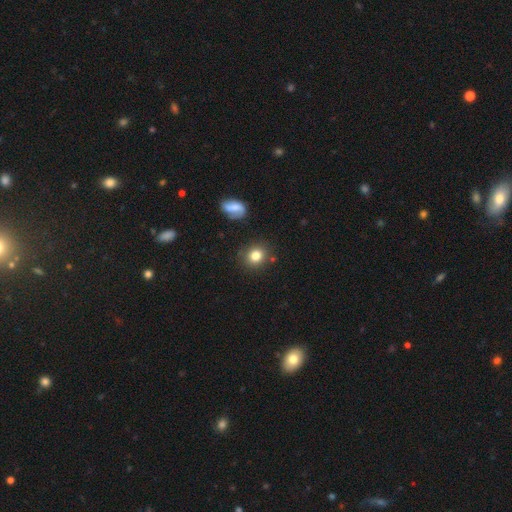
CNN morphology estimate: smooth-or-featured: smooth: 80% | star or artifact: 11% | featured or disk: 9%
  how-rounded: round: 79% | in between: 20% | cigar-shaped: 1%
  merging: none: 83% | minor disturbance: 11% | merger: 3% | major disturbance: 3%